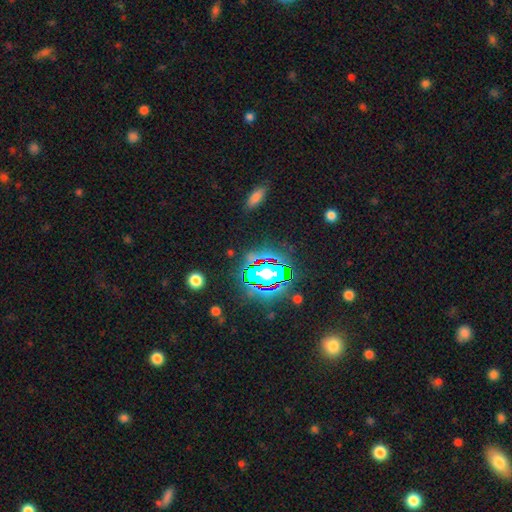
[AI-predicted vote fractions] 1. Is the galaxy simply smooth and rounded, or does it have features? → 80% star or artifact, 12% smooth, 8% featured or disk.